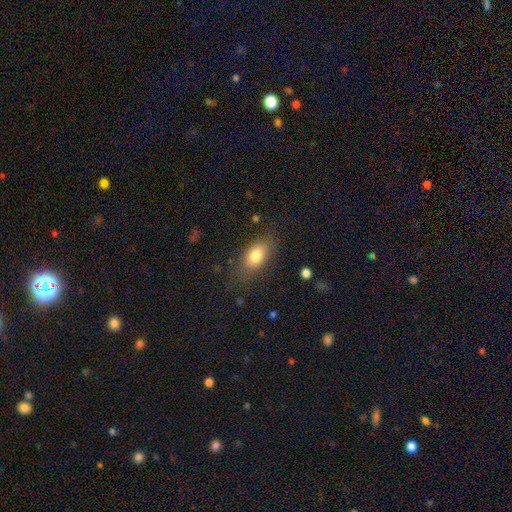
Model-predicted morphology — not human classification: This is likely a smooth galaxy (79%). How rounded: clearly in between (87%). Merging: likely none (76%).